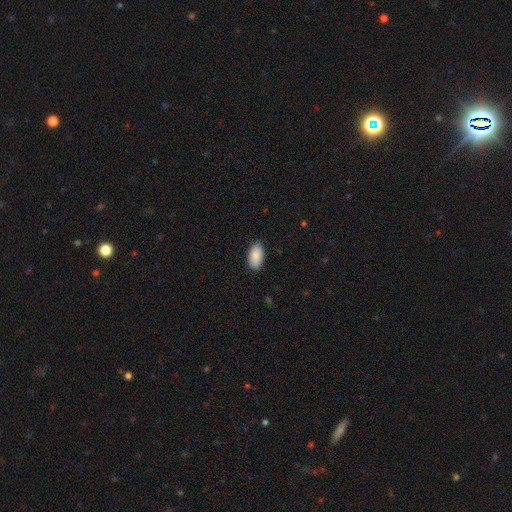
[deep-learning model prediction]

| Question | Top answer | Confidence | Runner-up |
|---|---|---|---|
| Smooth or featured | smooth | 90% | star or artifact (6%) |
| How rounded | in between | 94% | cigar-shaped (4%) |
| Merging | none | 84% | minor disturbance (13%) |